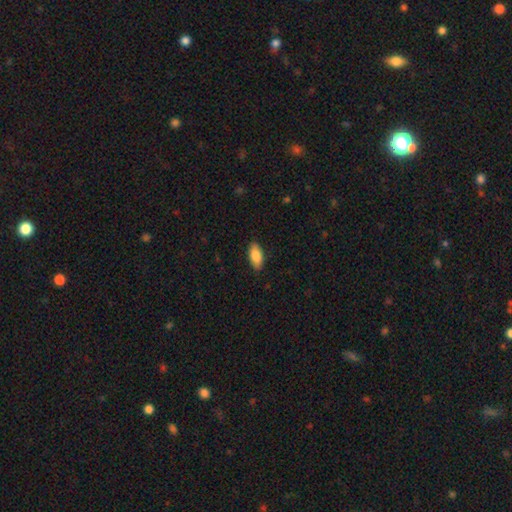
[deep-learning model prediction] The model was most divided on "merging": none: 87%, minor disturbance: 10%, major disturbance: 2%, merger: 1%. More confident: how rounded — in between (88%); smooth or featured — smooth (86%).